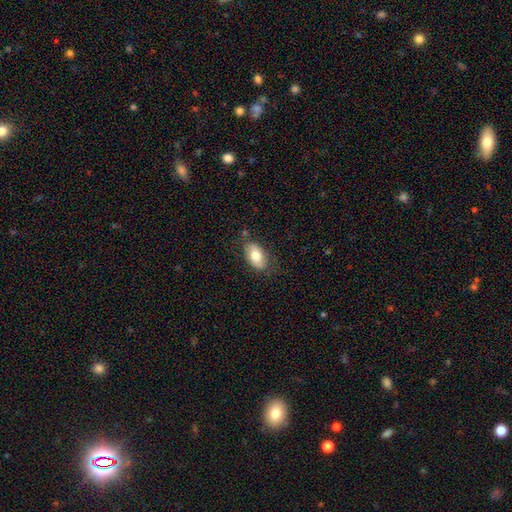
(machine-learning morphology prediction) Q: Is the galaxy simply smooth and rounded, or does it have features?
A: smooth — 71%.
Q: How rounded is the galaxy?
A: in between — 92%.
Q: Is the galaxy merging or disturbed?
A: none — 73%.